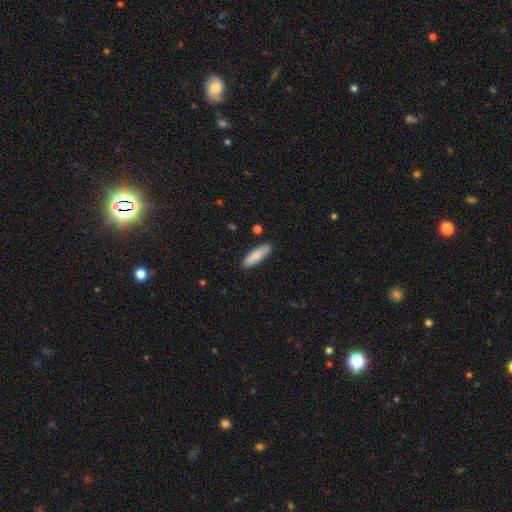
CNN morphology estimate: Smooth or featured? Predicted: smooth (p=0.85). How rounded? Predicted: cigar-shaped (p=0.66). Merging? Predicted: none (p=0.88).